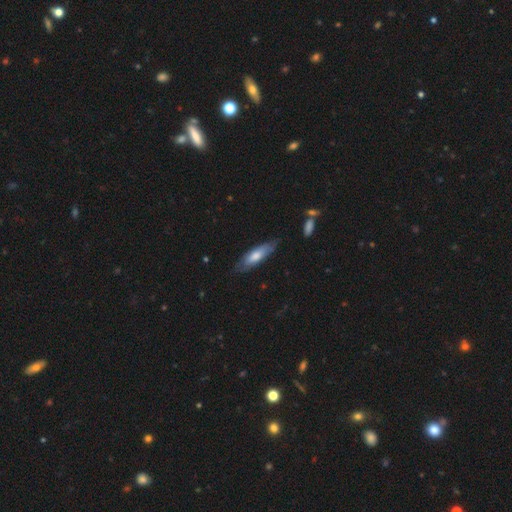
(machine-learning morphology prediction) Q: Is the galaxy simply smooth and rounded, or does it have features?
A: smooth — 58%.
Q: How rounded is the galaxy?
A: cigar-shaped — 54%.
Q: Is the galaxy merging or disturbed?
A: none — 73%.